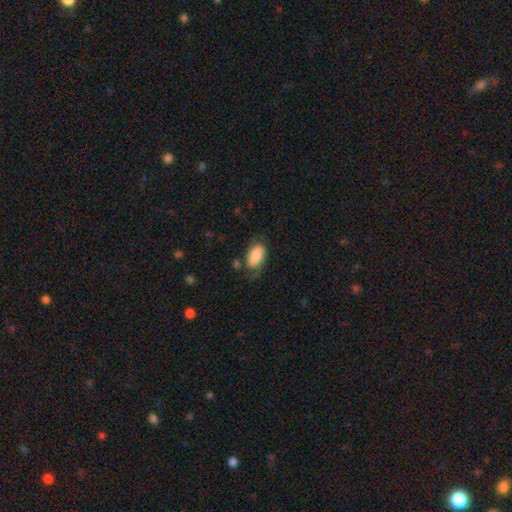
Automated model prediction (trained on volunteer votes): Smooth or featured? smooth (81%)
How rounded? in between (93%)
Merging? none (59%)